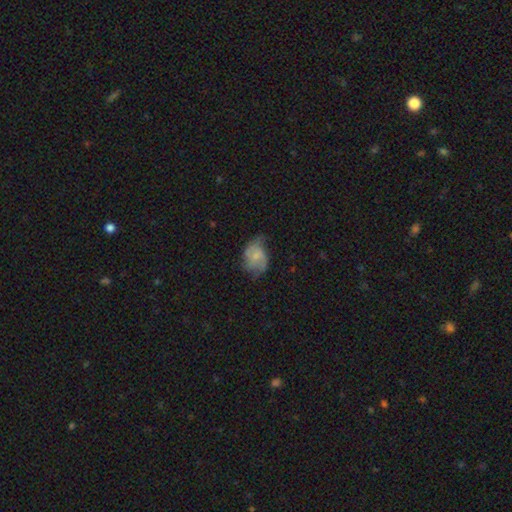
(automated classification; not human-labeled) smooth-or-featured: featured or disk: 46% | smooth: 45% | star or artifact: 9%
  merging: none: 42% | minor disturbance: 35% | major disturbance: 22% | merger: 2%